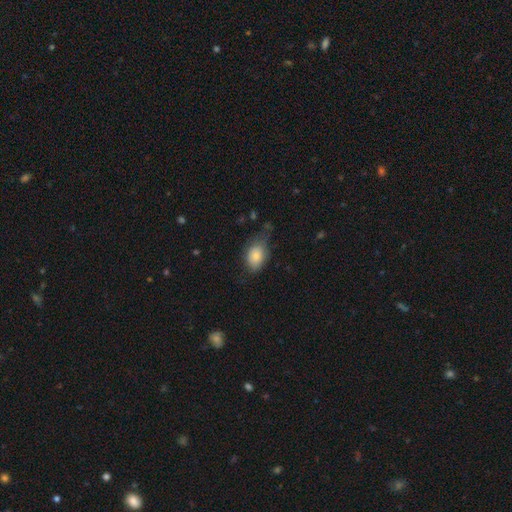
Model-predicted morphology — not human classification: Smooth or featured?
  - smooth: 81% *
  - featured or disk: 11%
  - star or artifact: 8%
How rounded?
  - in between: 81% *
  - round: 18%
  - cigar-shaped: 1%
Merging?
  - none: 50% *
  - minor disturbance: 35%
  - major disturbance: 13%
  - merger: 2%